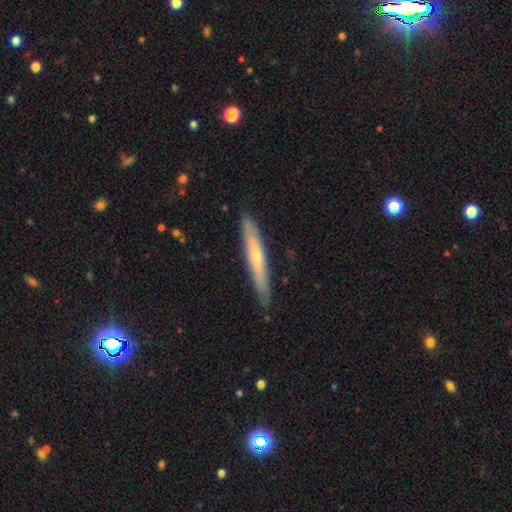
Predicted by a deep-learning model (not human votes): Smooth or featured? Predicted: featured or disk (p=0.48). Merging? Predicted: none (p=0.87).